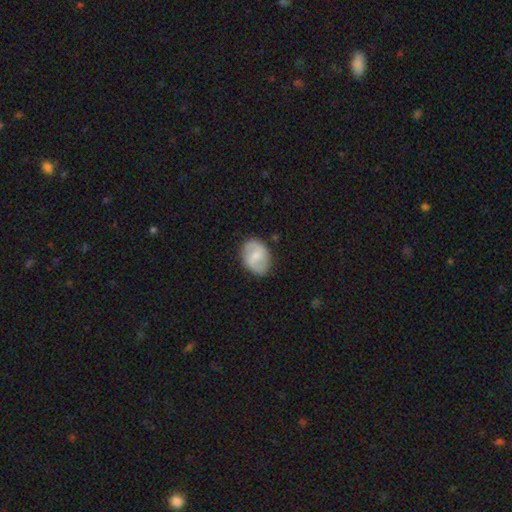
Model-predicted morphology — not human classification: Smooth or featured?
  - smooth: 48% *
  - featured or disk: 46%
  - star or artifact: 6%
Merging?
  - none: 80% *
  - minor disturbance: 15%
  - major disturbance: 4%
  - merger: 1%